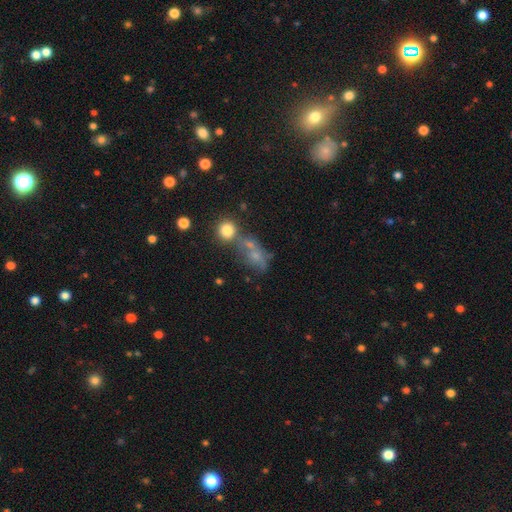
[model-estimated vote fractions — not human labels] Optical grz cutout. It shows a smooth galaxy with no disk features (54%) that is in between round and cigar-shaped (69%). Merging: none (34%).